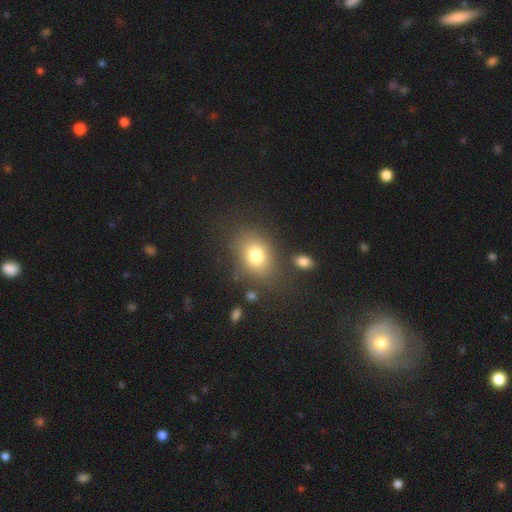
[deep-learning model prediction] Q: Smooth or featured?
A: smooth (76%); runner-up: star or artifact (12%)
Q: How rounded?
A: in between (60%); runner-up: round (38%)
Q: Merging?
A: none (75%); runner-up: minor disturbance (13%)